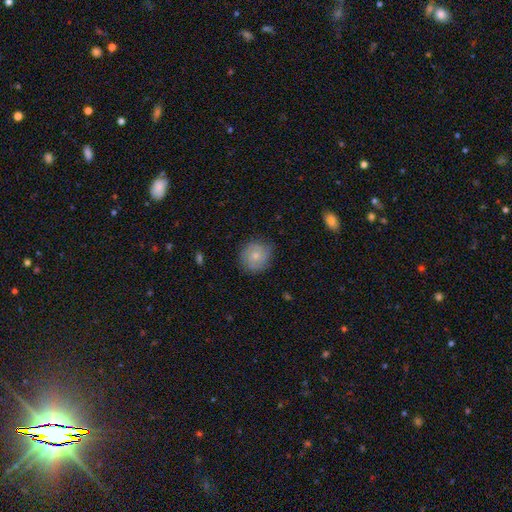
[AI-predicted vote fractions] Smooth or featured: smooth — 67% (featured or disk — 26%)
How rounded: round — 87% (in between — 12%)
Merging: none — 78% (minor disturbance — 17%)